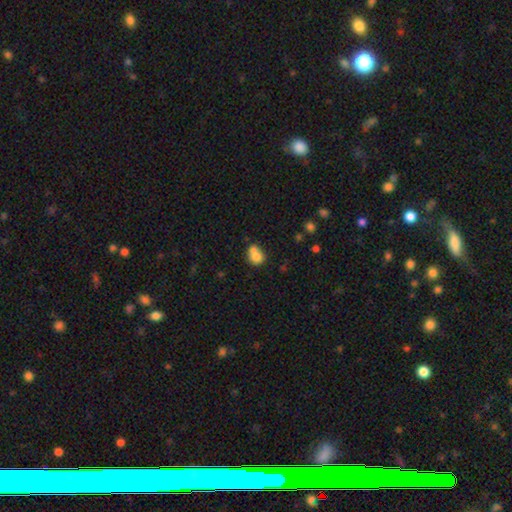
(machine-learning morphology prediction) smooth_or_featured: smooth (p=0.74) [alt: featured or disk p=0.16]
how_rounded: round (p=0.69) [alt: in between p=0.30]
merging: merger (p=0.56) [alt: none p=0.30]